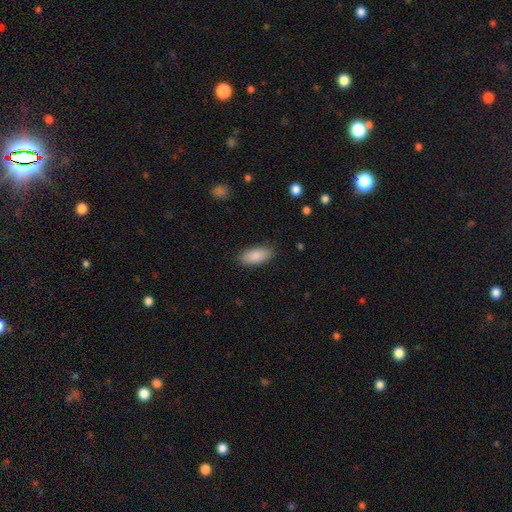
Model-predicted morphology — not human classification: type=smooth (88%); roundness=in between (88%); merging=none (87%).